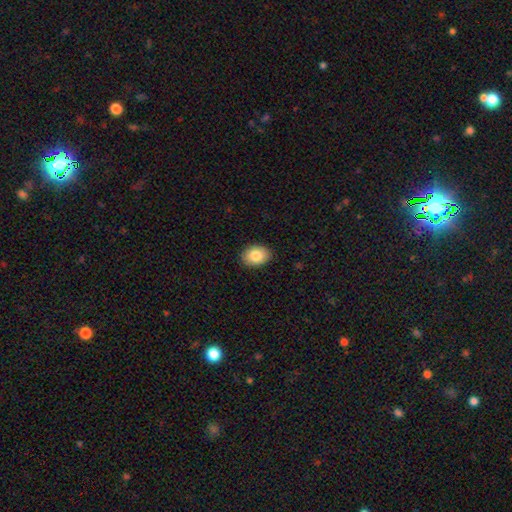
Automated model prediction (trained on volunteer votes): smooth-or-featured: smooth: 84% | featured or disk: 8% | star or artifact: 7%
  how-rounded: in between: 75% | round: 24% | cigar-shaped: 1%
  merging: none: 89% | minor disturbance: 8% | major disturbance: 2% | merger: 1%